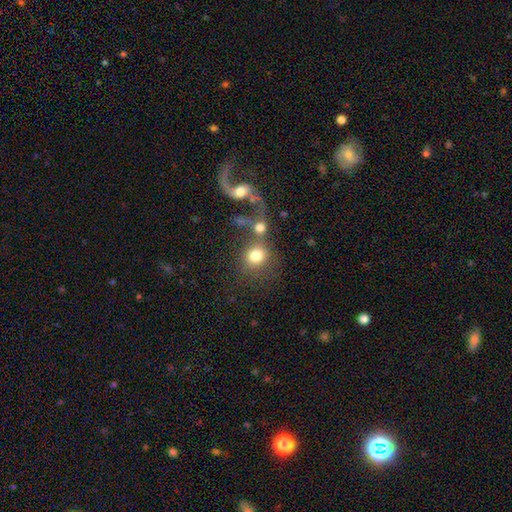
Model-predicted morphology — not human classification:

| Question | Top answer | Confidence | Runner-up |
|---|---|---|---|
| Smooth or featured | smooth | 75% | featured or disk (16%) |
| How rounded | round | 79% | in between (20%) |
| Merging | none | 39% | tied: merger (39%) |